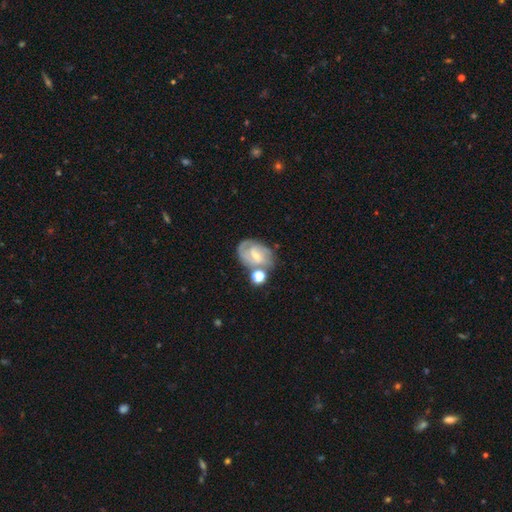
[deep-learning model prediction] smooth_or_featured: featured or disk (p=0.68) [alt: smooth p=0.23]
disk_edge_on: no (p=0.96) [alt: yes p=0.04]
bar: weak (p=0.49) [alt: no p=0.38]
has_spiral_arms: yes (p=0.83) [alt: no p=0.17]
spiral_winding: tight (p=0.47) [alt: medium p=0.39]
spiral_arm_count: 2 (p=0.42) [alt: can't tell p=0.32]
bulge_size: small (p=0.60) [alt: moderate p=0.35]
merging: none (p=0.51) [alt: merger p=0.21]